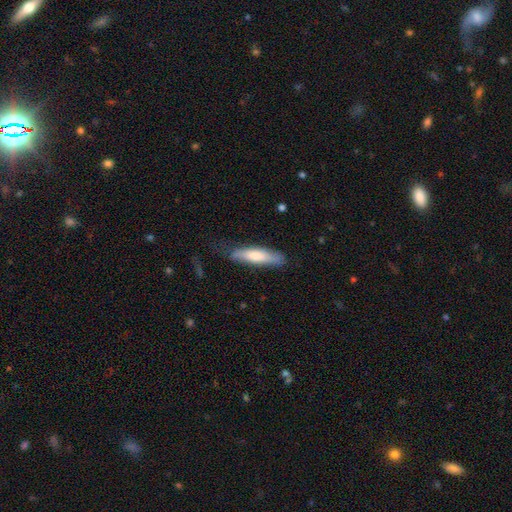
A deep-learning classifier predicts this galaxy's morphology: A smooth galaxy with no disk features (69%) that is cigar-shaped (69%).

Vote fractions:
- Smooth or featured? smooth: 69% / featured or disk: 26% / star or artifact: 5%
- How rounded? cigar-shaped: 69% / in between: 30% / round: 1%
- Merging? none: 67% / minor disturbance: 24% / major disturbance: 8% / merger: 2%